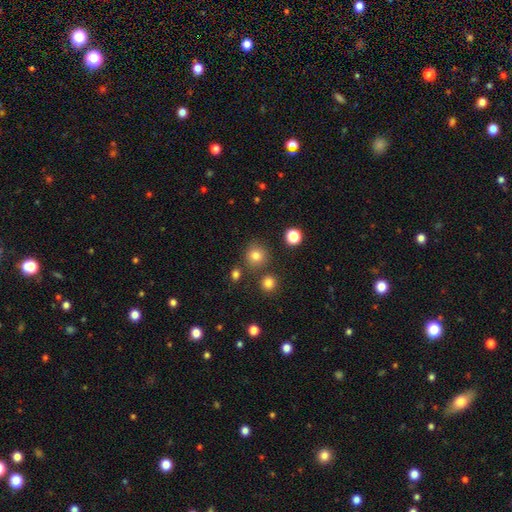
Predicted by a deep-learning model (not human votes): Smooth or featured: smooth — 79% (star or artifact — 15%)
How rounded: round — 91% (in between — 8%)
Merging: none — 81% (minor disturbance — 8%)